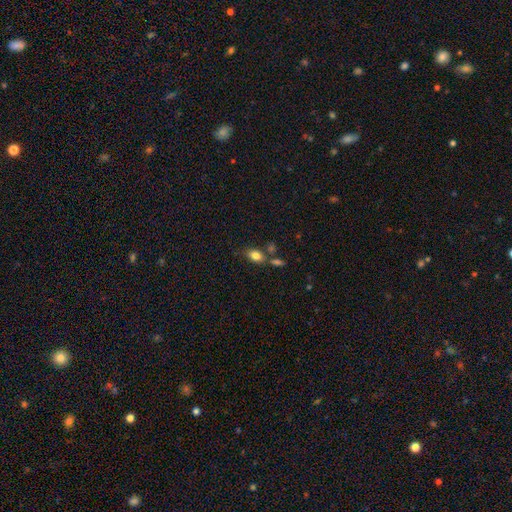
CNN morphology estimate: Smooth or featured: smooth — 82% (star or artifact — 9%)
How rounded: in between — 84% (round — 14%)
Merging: none — 62% (merger — 18%)